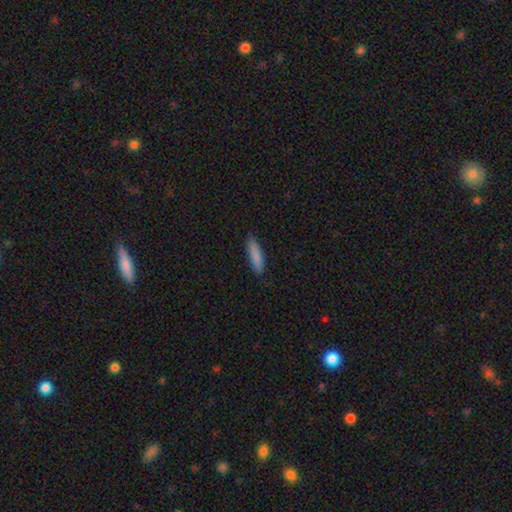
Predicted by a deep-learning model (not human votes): smooth-or-featured: smooth: 86% | featured or disk: 8% | star or artifact: 6%
  how-rounded: cigar-shaped: 74% | in between: 25% | round: 1%
  merging: none: 87% | minor disturbance: 10% | major disturbance: 2% | merger: 1%